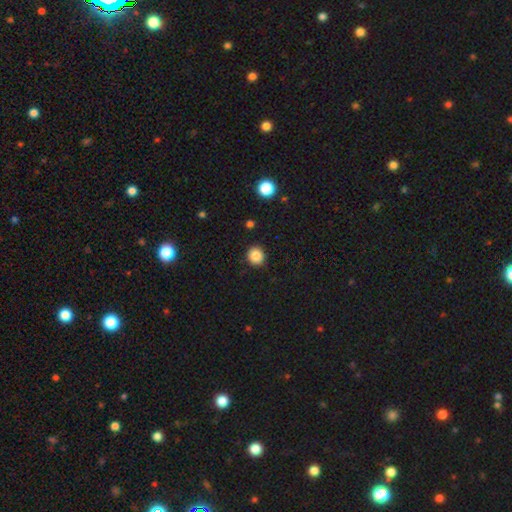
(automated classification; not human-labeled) Smooth or featured? Predicted: smooth (p=0.85). How rounded? Predicted: round (p=0.86). Merging? Predicted: none (p=0.91).